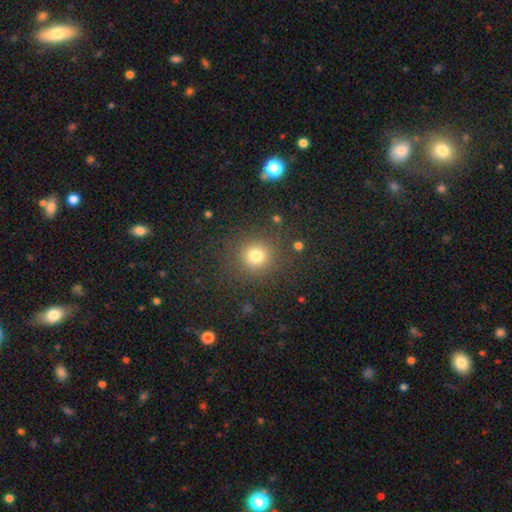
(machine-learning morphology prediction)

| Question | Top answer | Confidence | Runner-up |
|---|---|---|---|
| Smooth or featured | smooth | 77% | star or artifact (16%) |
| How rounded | round | 91% | in between (8%) |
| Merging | none | 86% | minor disturbance (8%) |